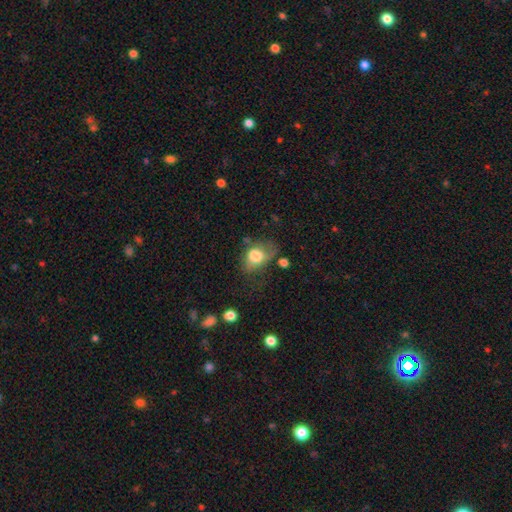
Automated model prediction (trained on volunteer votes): Smooth or featured? Predicted: smooth (p=0.68). How rounded? Predicted: in between (p=0.76). Merging? Predicted: none (p=0.33).